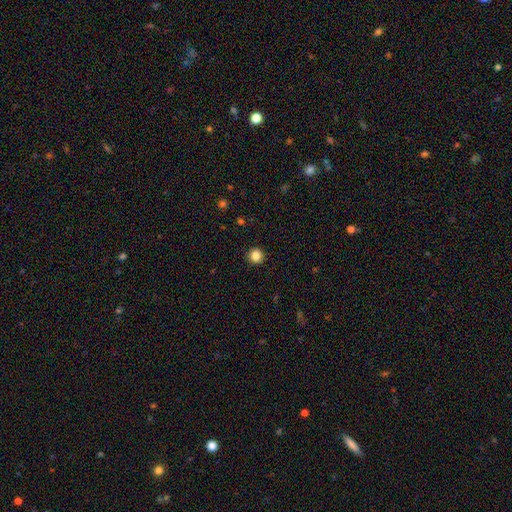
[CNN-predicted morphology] Smooth or featured? smooth (85%)
How rounded? round (95%)
Merging? none (93%)